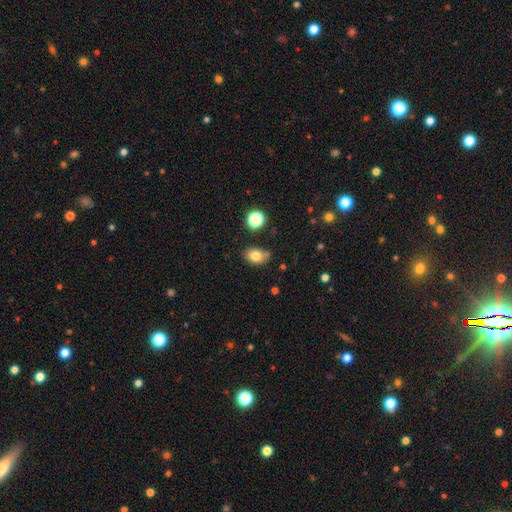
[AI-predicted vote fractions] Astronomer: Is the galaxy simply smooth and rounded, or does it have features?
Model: smooth — 81%.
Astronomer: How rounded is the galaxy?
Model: in between — 71%.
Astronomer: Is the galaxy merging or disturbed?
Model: none — 71%.